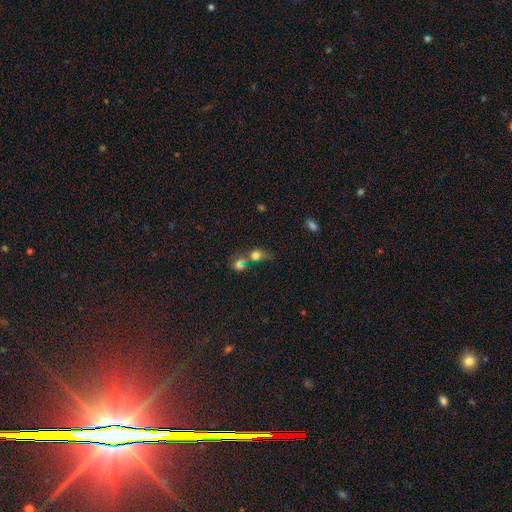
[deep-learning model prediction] A smooth galaxy with no disk features (64%) that is round (57%). Merging: merger (41%).